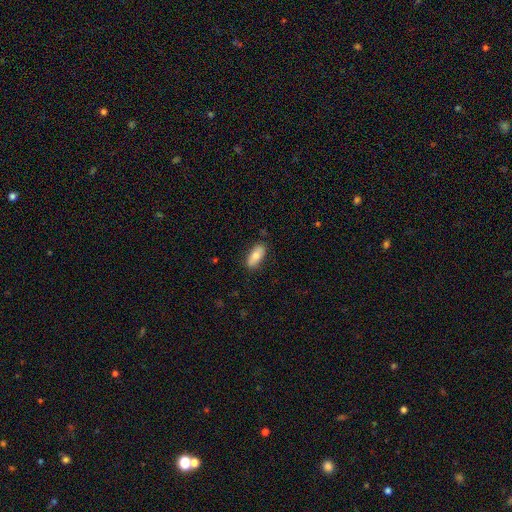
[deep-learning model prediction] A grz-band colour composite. It shows a smooth galaxy with no disk features (76%) that is in between round and cigar-shaped (83%). Merging: none (86%).